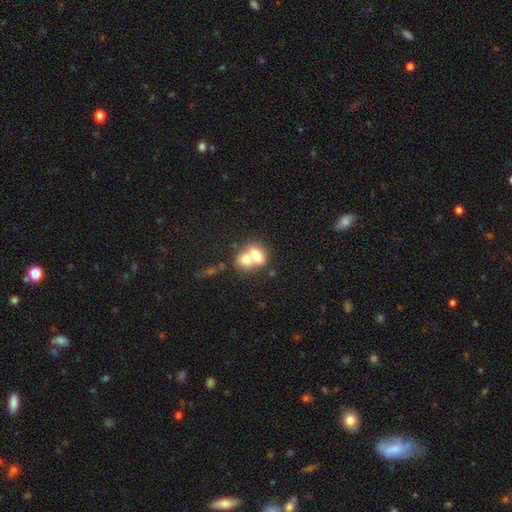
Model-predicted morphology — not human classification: Q: Smooth or featured?
A: smooth (71%); runner-up: featured or disk (20%)
Q: How rounded?
A: in between (67%); runner-up: round (31%)
Q: Merging?
A: merger (69%); runner-up: none (20%)